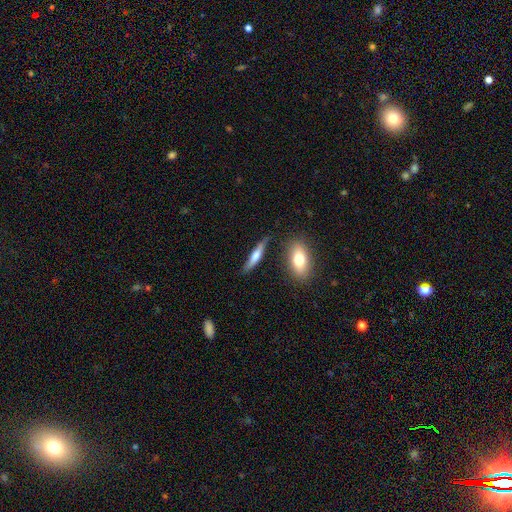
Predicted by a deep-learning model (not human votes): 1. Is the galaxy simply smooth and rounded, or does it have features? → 55% smooth, 38% featured or disk, 7% star or artifact.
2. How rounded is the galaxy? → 81% cigar-shaped, 16% in between, 3% round.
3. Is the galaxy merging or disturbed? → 73% none, 18% minor disturbance, 4% merger, 4% major disturbance.